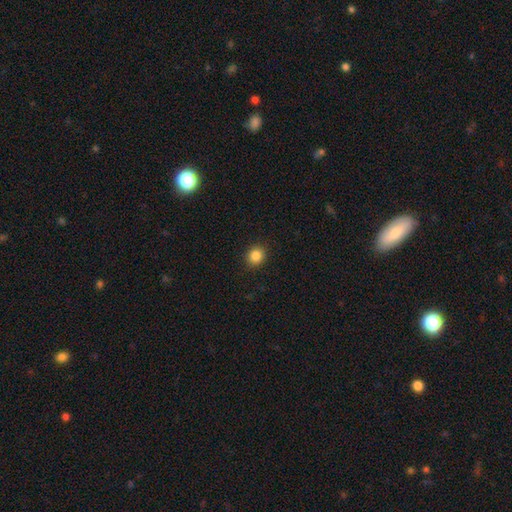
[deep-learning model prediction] This appears to be a smooth galaxy with no disk features (85%) that is round (81%). Merging: none (91%).